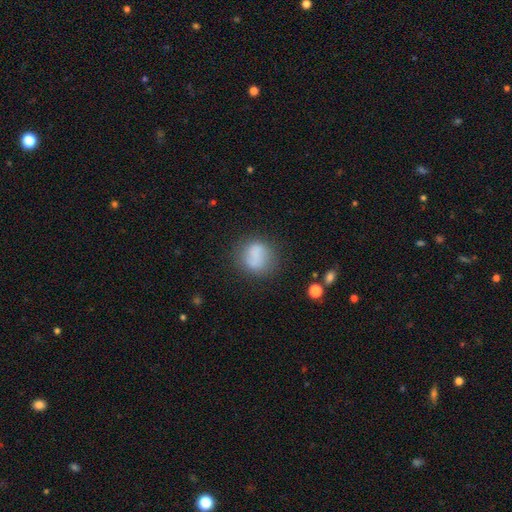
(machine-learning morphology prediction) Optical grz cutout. It shows a smooth galaxy with no disk features (77%) that is round (74%). Merging: none (64%).